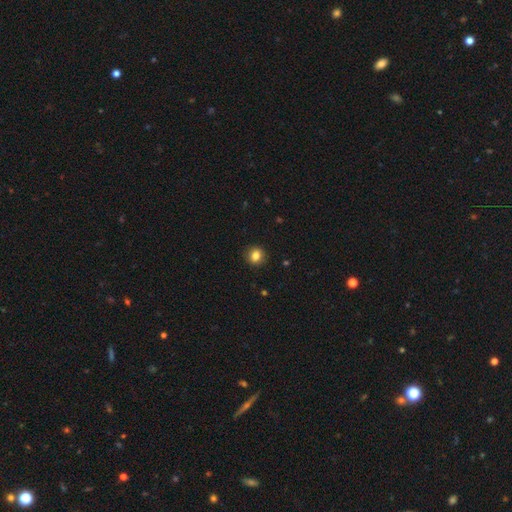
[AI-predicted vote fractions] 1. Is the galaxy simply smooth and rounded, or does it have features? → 84% smooth, 10% star or artifact, 6% featured or disk.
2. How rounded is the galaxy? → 82% round, 17% in between, 1% cigar-shaped.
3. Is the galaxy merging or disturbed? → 90% none, 7% minor disturbance, 2% major disturbance, 1% merger.